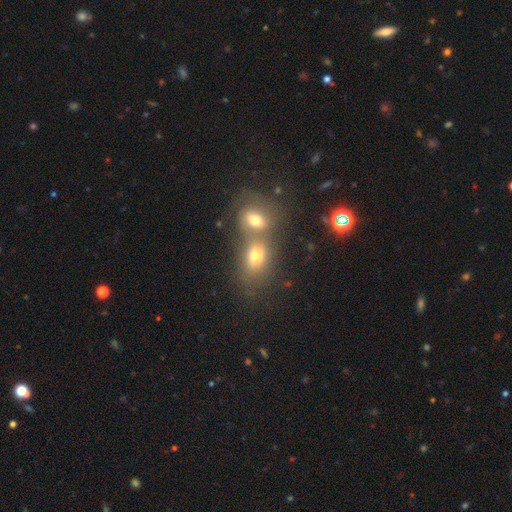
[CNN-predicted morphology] Smooth or featured? Predicted: smooth (p=0.68). How rounded? Predicted: in between (p=0.66). Merging? Predicted: merger (p=0.59).